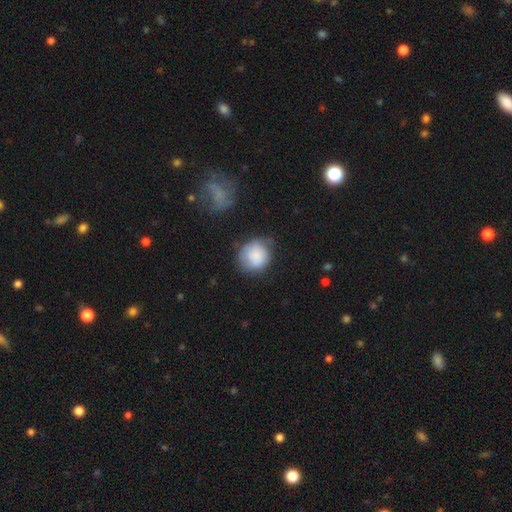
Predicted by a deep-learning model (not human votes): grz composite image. It shows a smooth galaxy with no disk features (76%) that is round (79%). Merging: none (52%).